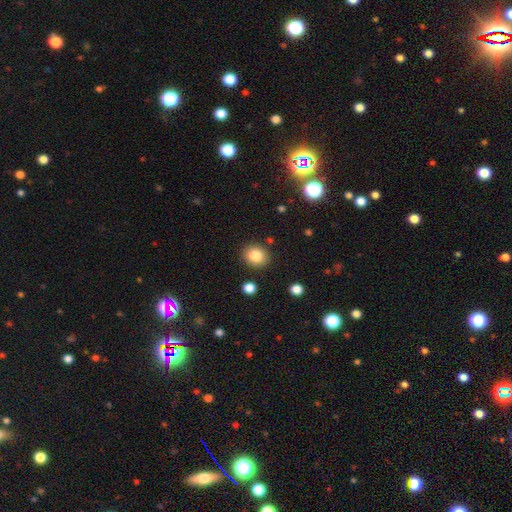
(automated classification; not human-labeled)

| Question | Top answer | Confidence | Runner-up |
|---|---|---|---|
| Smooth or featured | smooth | 84% | star or artifact (10%) |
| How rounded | round | 75% | in between (24%) |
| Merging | none | 87% | minor disturbance (8%) |